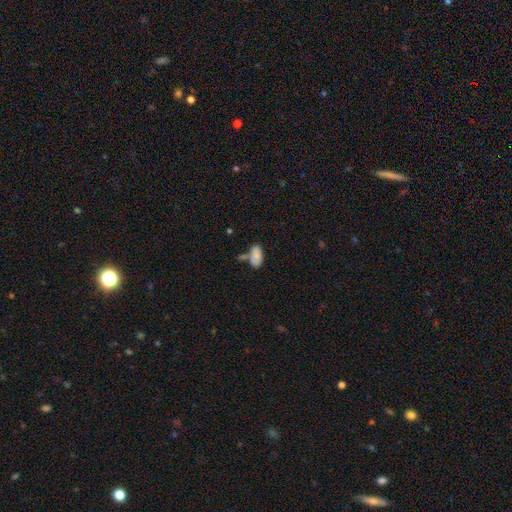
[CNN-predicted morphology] This is clearly a smooth galaxy (81%). How rounded: clearly in between (94%). Merging: possibly none (48%).